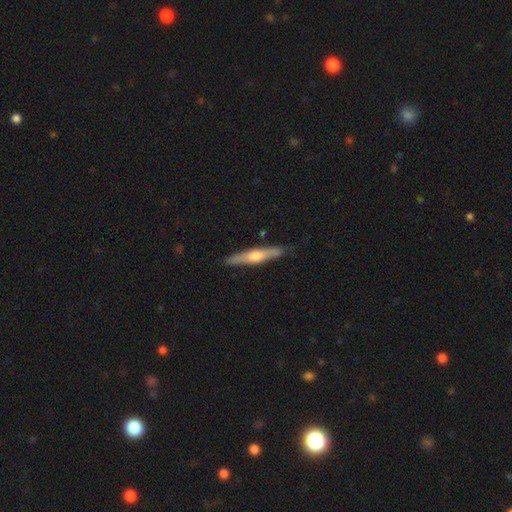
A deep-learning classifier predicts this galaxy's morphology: type=featured or disk (55%); edge-on=yes (93%); edge-on bulge=rounded (85%); merging=none (85%).